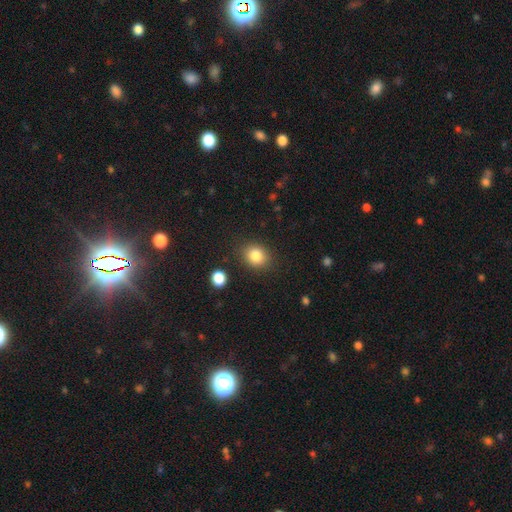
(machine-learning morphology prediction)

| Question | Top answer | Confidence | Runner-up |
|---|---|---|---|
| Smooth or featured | smooth | 84% | star or artifact (10%) |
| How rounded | round | 56% | in between (43%) |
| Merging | none | 85% | minor disturbance (10%) |